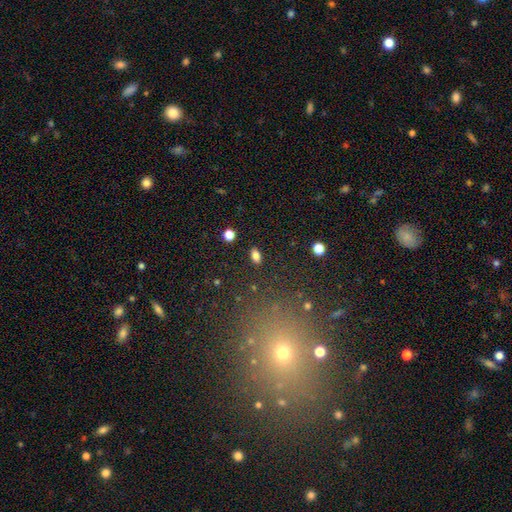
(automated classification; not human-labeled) smooth-or-featured: smooth: 82% | star or artifact: 11% | featured or disk: 7%
  how-rounded: in between: 88% | round: 8% | cigar-shaped: 4%
  merging: none: 87% | minor disturbance: 8% | major disturbance: 3% | merger: 2%